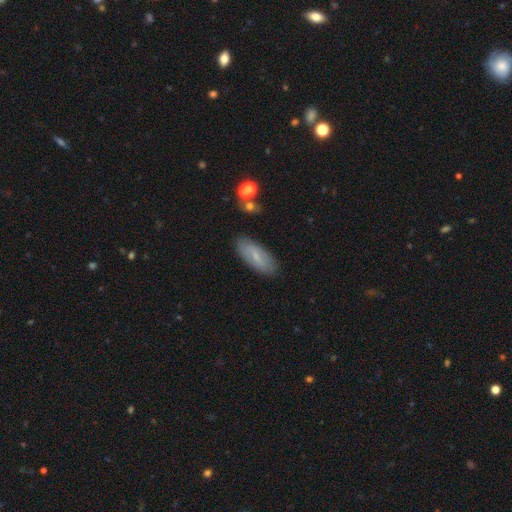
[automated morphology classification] Q: Smooth or featured?
A: smooth (61%); runner-up: featured or disk (32%)
Q: How rounded?
A: in between (75%); runner-up: cigar-shaped (22%)
Q: Merging?
A: none (85%); runner-up: minor disturbance (11%)